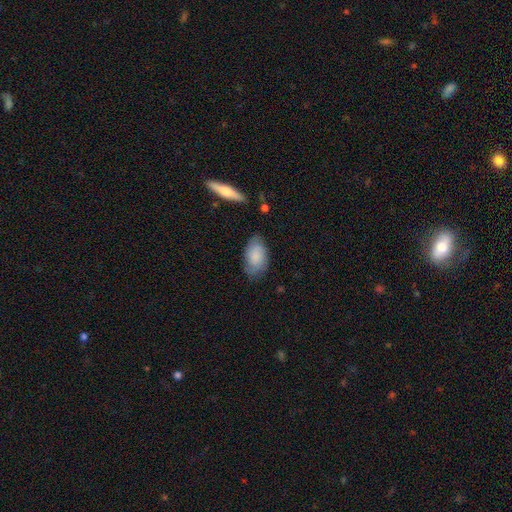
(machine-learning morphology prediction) This appears to be a smooth galaxy with no disk features (78%) that is in between round and cigar-shaped (93%). Merging: none (73%).